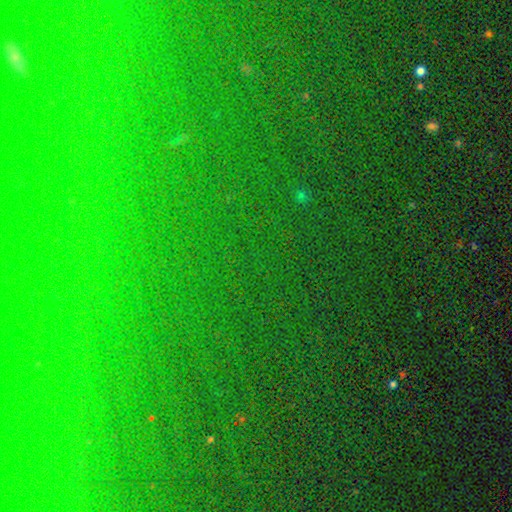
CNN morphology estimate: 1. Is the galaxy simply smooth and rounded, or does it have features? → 80% star or artifact, 11% smooth, 9% featured or disk.